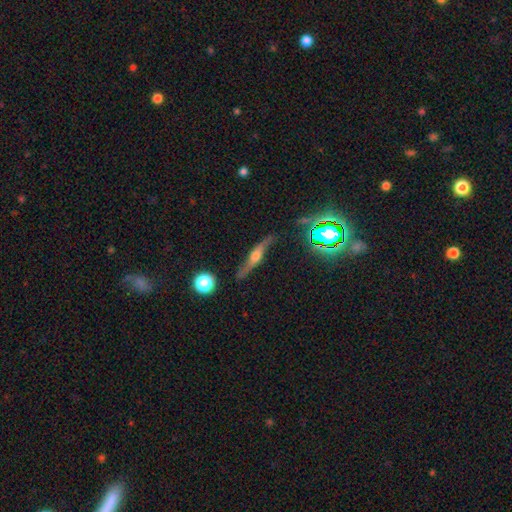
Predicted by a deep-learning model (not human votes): smooth-or-featured: featured or disk: 69% | smooth: 21% | star or artifact: 10%
  disk-edge-on: yes: 81% | no: 19%
    edge-on-bulge: rounded: 83% | boxy: 11% | none: 6%
  merging: none: 72% | minor disturbance: 19% | major disturbance: 6% | merger: 3%